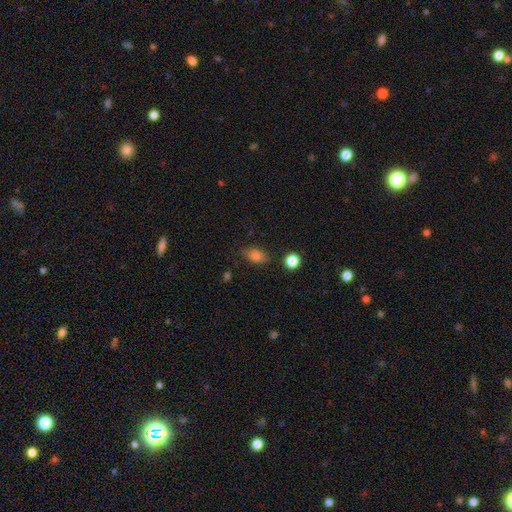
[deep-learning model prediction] Overall: smooth (80%). How rounded: in between (74%). Merging: none (72%).